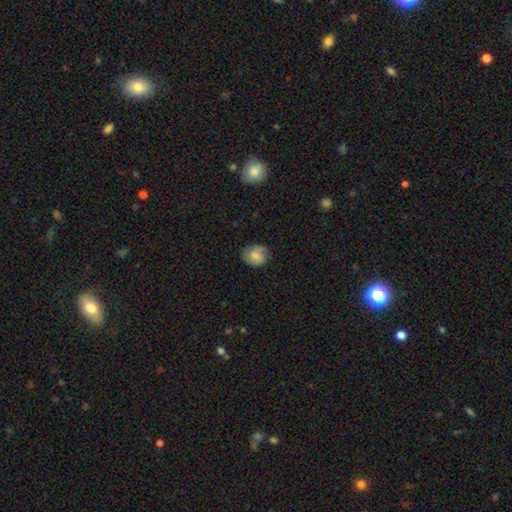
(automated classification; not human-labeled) smooth 75%, featured or disk 17%, star or artifact 8%. Down the decision tree: how rounded — round (72%); merging — none (74%).